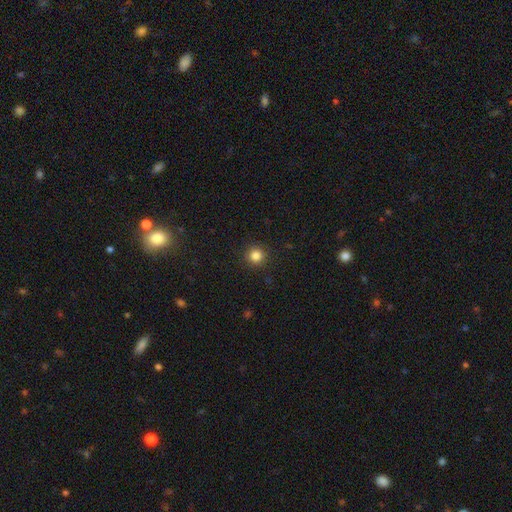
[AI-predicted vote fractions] Morphology: type=smooth (83%); roundness=round (94%); merging=none (92%).